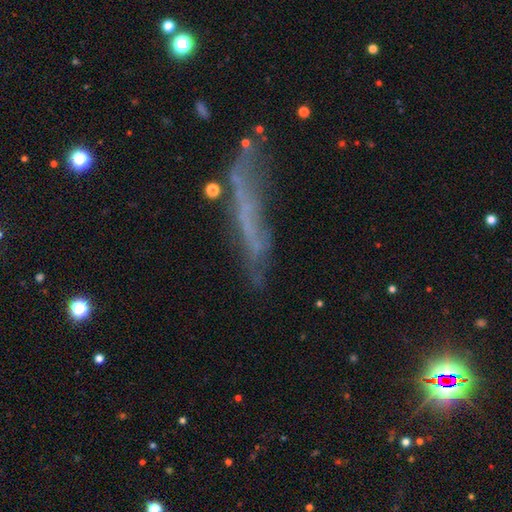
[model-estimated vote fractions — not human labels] The model was most divided on "smooth or featured": featured or disk: 50%, smooth: 36%, star or artifact: 13%. More confident: edge-on disk — yes (58%); merging — none (51%).